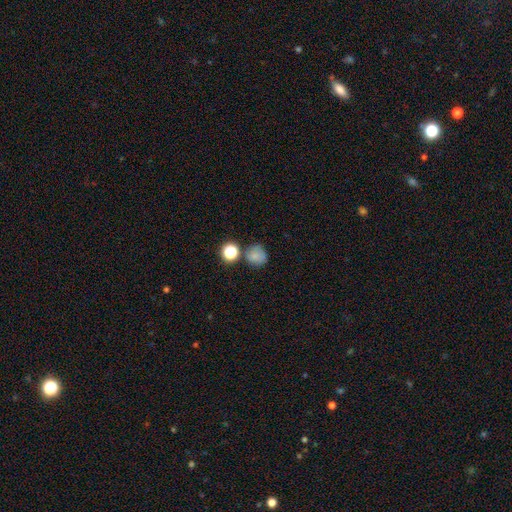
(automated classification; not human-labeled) Overall: smooth (77%). How rounded: round (83%). Merging: none (66%).